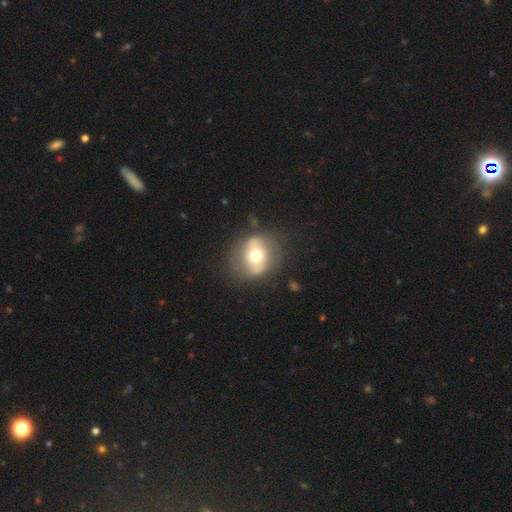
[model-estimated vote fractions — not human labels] smooth-or-featured: featured or disk: 51% | smooth: 42% | star or artifact: 7%
  disk-edge-on: no: 92% | yes: 8%
  merging: none: 71% | minor disturbance: 17% | major disturbance: 9% | merger: 3%